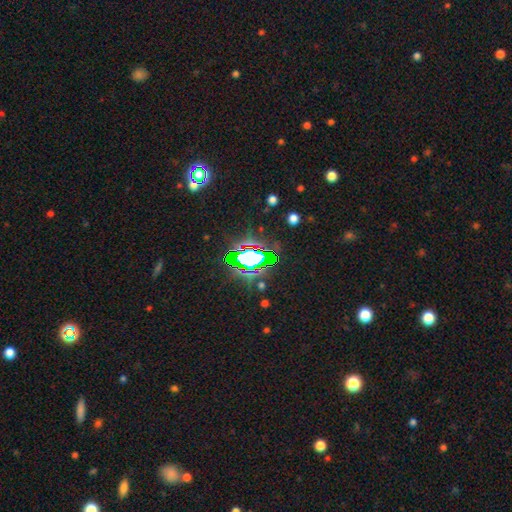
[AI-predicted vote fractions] Smooth or featured?
  - star or artifact: 82% *
  - smooth: 10%
  - featured or disk: 8%